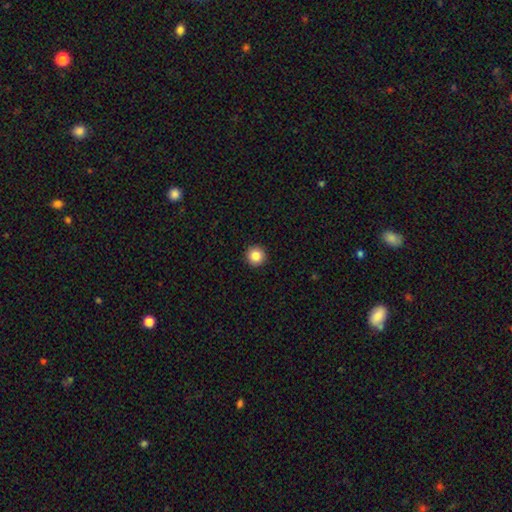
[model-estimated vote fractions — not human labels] This is clearly a smooth galaxy (85%). How rounded: clearly round (96%). Merging: clearly none (94%).